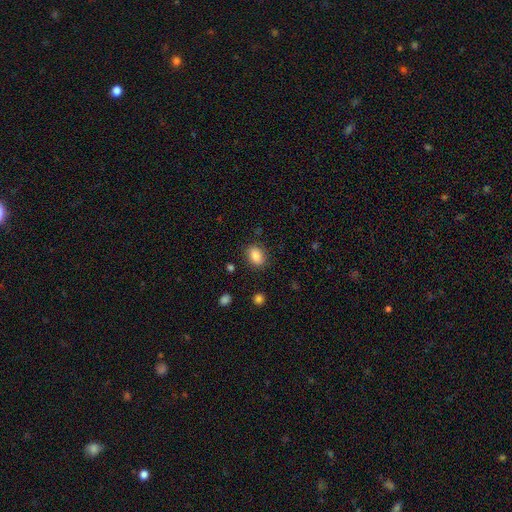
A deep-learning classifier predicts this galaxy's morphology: Smooth or featured?
  - smooth: 86% *
  - star or artifact: 9%
  - featured or disk: 5%
How rounded?
  - in between: 78% *
  - round: 21%
  - cigar-shaped: 1%
Merging?
  - none: 85% *
  - minor disturbance: 10%
  - major disturbance: 3%
  - merger: 2%